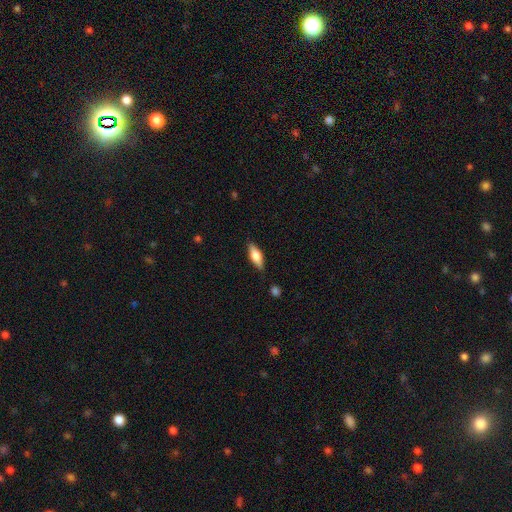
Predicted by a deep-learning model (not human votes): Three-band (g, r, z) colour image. It shows a smooth galaxy with no disk features (69%) that is in between round and cigar-shaped (67%). Merging: none (84%).